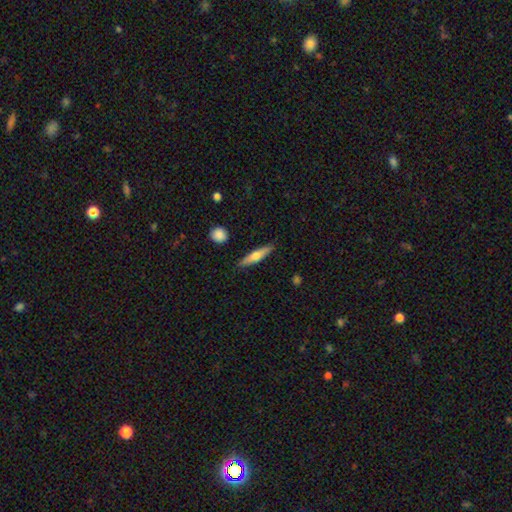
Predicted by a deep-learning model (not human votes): Q: Smooth or featured?
A: smooth (52%); runner-up: featured or disk (42%)
Q: How rounded?
A: cigar-shaped (83%); runner-up: in between (15%)
Q: Merging?
A: none (88%); runner-up: minor disturbance (9%)